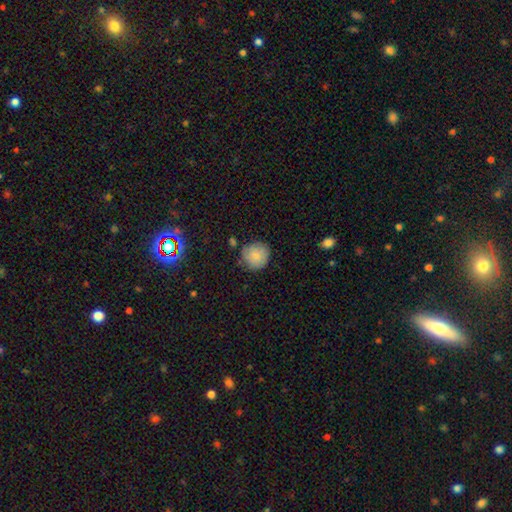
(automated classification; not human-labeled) A smooth galaxy with no disk features (81%) that is round (91%).

Vote fractions:
- Smooth or featured? smooth: 81% / featured or disk: 11% / star or artifact: 8%
- How rounded? round: 91% / in between: 8% / cigar-shaped: 1%
- Merging? none: 75% / minor disturbance: 18% / major disturbance: 4% / merger: 3%